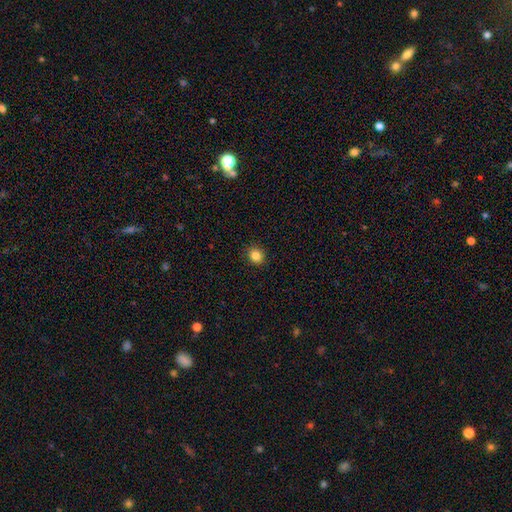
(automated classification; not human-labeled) smooth-or-featured: smooth: 84% | star or artifact: 11% | featured or disk: 5%
  how-rounded: round: 77% | in between: 22% | cigar-shaped: 1%
  merging: none: 91% | minor disturbance: 6% | major disturbance: 2% | merger: 1%